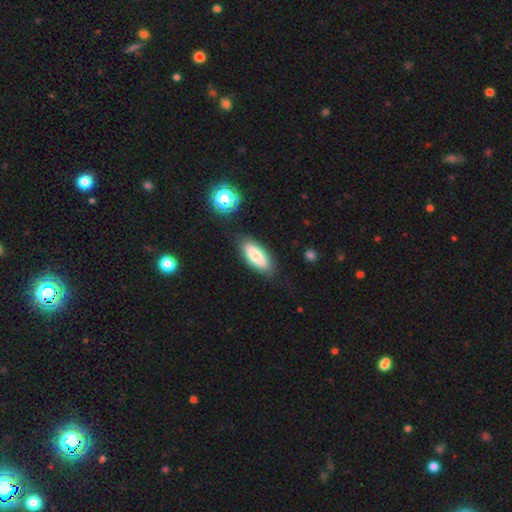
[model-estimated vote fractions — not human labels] Overall: smooth (79%). How rounded: in between (78%). Merging: none (81%).